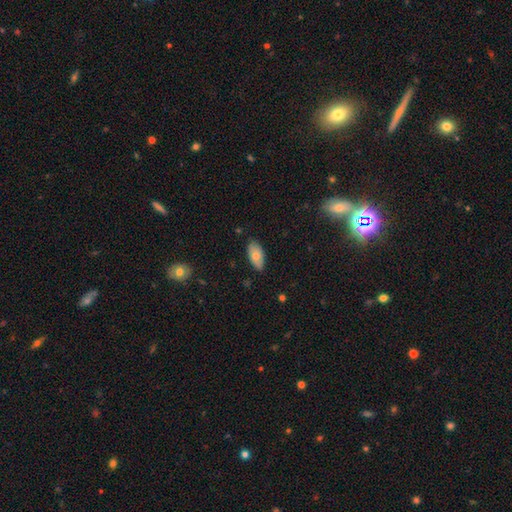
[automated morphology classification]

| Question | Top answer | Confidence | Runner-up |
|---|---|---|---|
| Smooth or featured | smooth | 69% | featured or disk (24%) |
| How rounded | in between | 93% | cigar-shaped (4%) |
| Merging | none | 80% | minor disturbance (16%) |